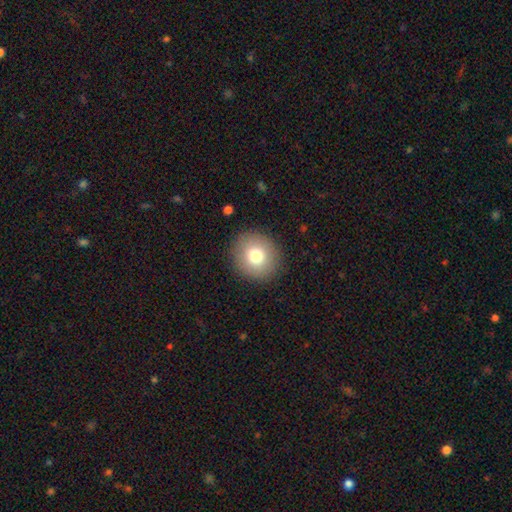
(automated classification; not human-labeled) A smooth galaxy with no disk features (77%) that is round (88%). Merging: none (90%).